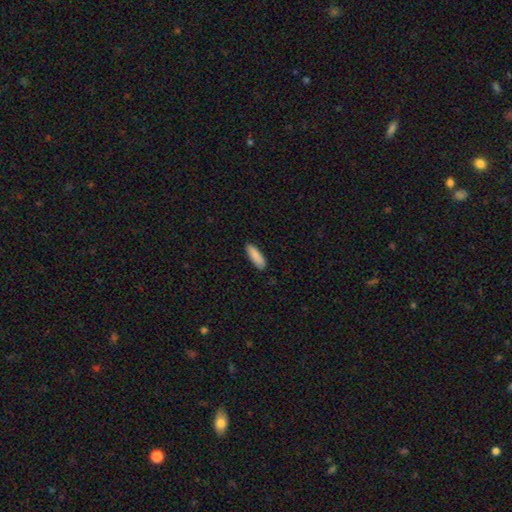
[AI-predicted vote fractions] The model was most divided on "how rounded": cigar-shaped: 51%, in between: 47%, round: 2%. More confident: smooth or featured — smooth (89%); merging — none (88%).